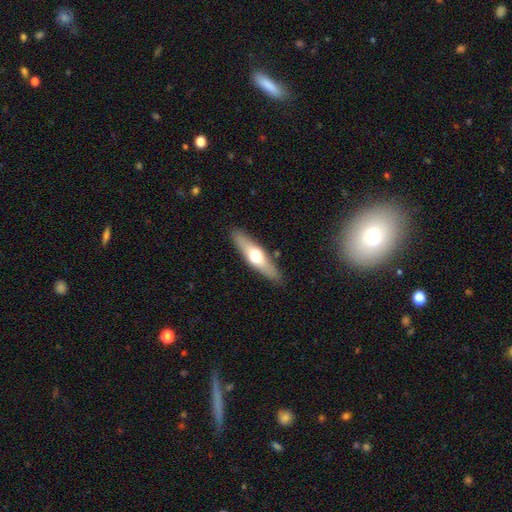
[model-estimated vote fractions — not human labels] Smooth or featured?
  - smooth: 48% *
  - featured or disk: 47%
  - star or artifact: 5%
Merging?
  - none: 88% *
  - minor disturbance: 9%
  - major disturbance: 2%
  - merger: 1%